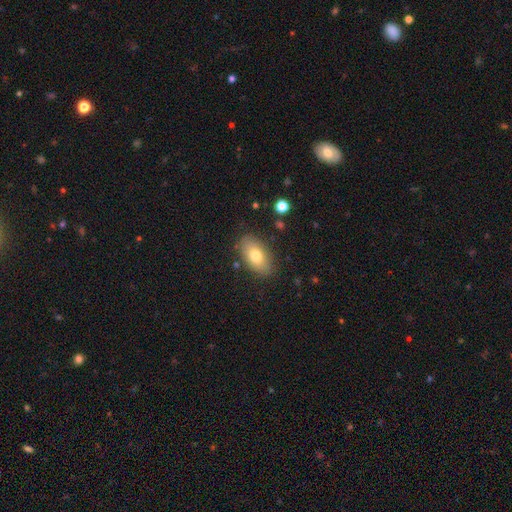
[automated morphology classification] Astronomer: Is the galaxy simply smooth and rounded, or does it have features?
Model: smooth — 74%.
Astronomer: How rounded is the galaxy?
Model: in between — 92%.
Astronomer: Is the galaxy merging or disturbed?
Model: none — 83%.